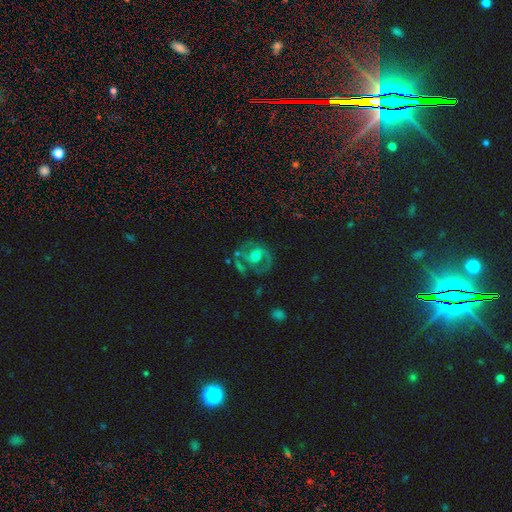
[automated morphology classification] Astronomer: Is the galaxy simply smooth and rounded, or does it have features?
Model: featured or disk — 71%.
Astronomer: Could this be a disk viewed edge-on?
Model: no — 97%.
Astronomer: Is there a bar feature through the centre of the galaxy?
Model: no — 56% (runner-up: weak, 34%).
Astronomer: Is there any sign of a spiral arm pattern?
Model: yes — 75%.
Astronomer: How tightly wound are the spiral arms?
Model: medium — 51% (runner-up: tight, 28%).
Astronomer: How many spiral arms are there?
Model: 2 — 73%.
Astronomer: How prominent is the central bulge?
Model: moderate — 63%.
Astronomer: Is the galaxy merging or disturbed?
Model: none — 60%.